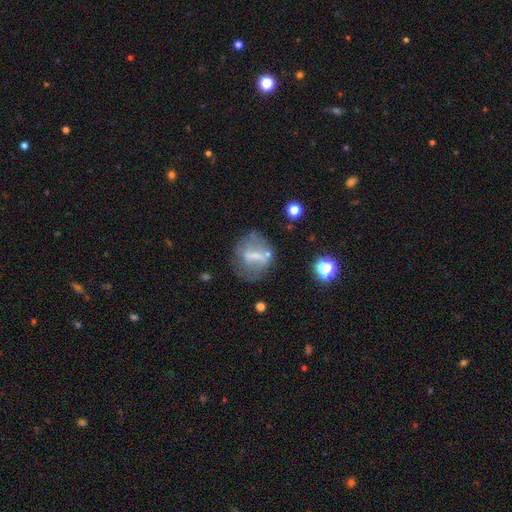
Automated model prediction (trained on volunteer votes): Overall: featured or disk (49%; smooth 39%). Merging: none (52%; minor disturbance 22%).